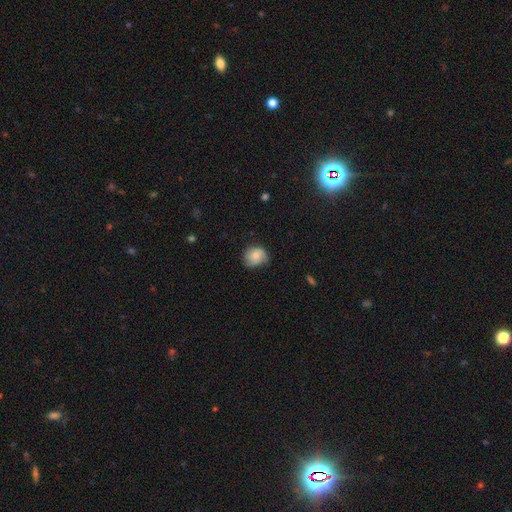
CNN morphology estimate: A smooth galaxy with no disk features (62%) that is round (72%).

Vote fractions:
- Smooth or featured? smooth: 62% / featured or disk: 30% / star or artifact: 8%
- How rounded? round: 72% / in between: 27% / cigar-shaped: 1%
- Merging? none: 57% / minor disturbance: 33% / major disturbance: 9% / merger: 1%